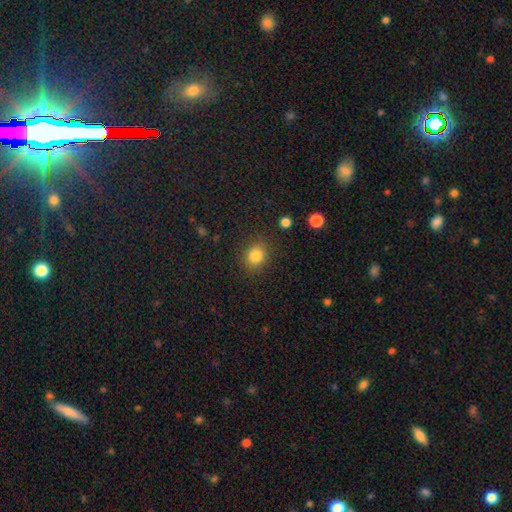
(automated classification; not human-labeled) smooth-or-featured: smooth: 83% | star or artifact: 11% | featured or disk: 6%
  how-rounded: round: 77% | in between: 22% | cigar-shaped: 1%
  merging: none: 87% | minor disturbance: 8% | major disturbance: 3% | merger: 1%